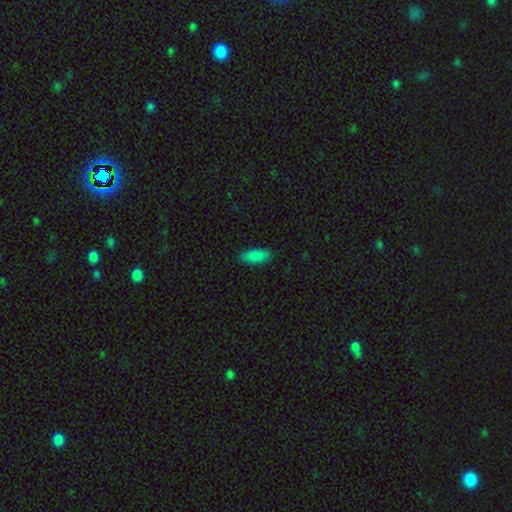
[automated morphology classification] smooth_or_featured: smooth (p=0.89) [alt: star or artifact p=0.07]
how_rounded: in between (p=0.81) [alt: cigar-shaped p=0.17]
merging: none (p=0.88) [alt: minor disturbance p=0.09]